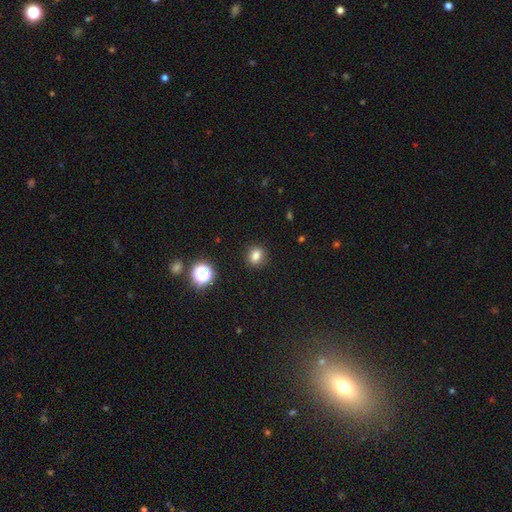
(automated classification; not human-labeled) Smooth or featured?
  - smooth: 80% *
  - star or artifact: 14%
  - featured or disk: 6%
How rounded?
  - round: 64% *
  - in between: 35%
  - cigar-shaped: 1%
Merging?
  - none: 88% *
  - minor disturbance: 8%
  - major disturbance: 2%
  - merger: 1%